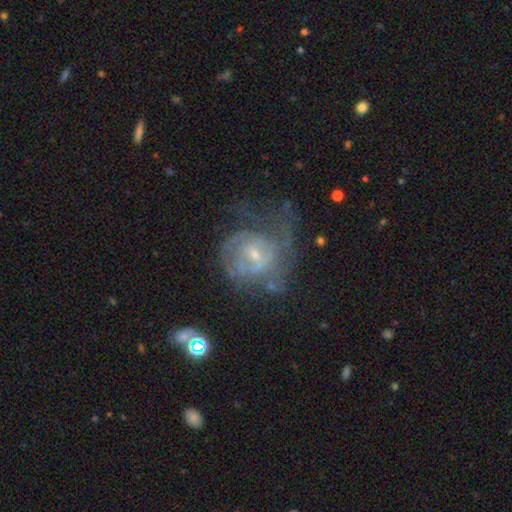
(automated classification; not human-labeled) Smooth or featured?
  - featured or disk: 75% *
  - smooth: 16%
  - star or artifact: 9%
Edge-on disk?
  - no: 97% *
  - yes: 3%
Bar?
  - no: 54% *
  - weak: 39%
  - strong: 7%
Spiral arms?
  - yes: 75% *
  - no: 25%
Spiral winding?
  - tight: 56% *
  - medium: 31%
  - loose: 13%
Spiral arm count?
  - can't tell: 51% *
  - 2: 21%
  - 3: 11%
  - 1: 9%
  - 4: 5%
  - more than 4: 3%
Bulge size?
  - small: 68% *
  - moderate: 27%
  - none: 3%
  - large: 1%
  - dominant: 1%
Merging?
  - none: 41% *
  - major disturbance: 34%
  - minor disturbance: 22%
  - merger: 4%